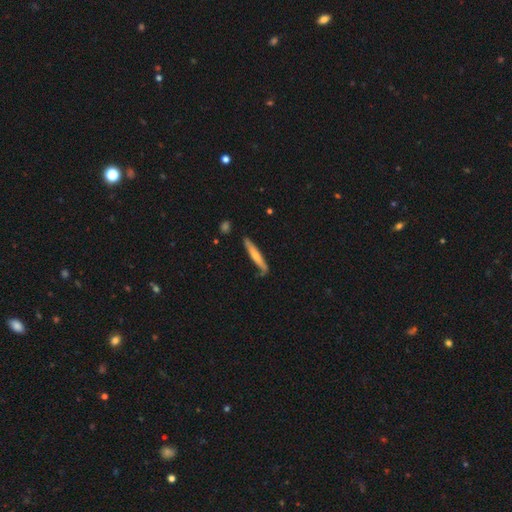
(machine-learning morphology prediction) type=smooth (55%); roundness=cigar-shaped (93%); merging=none (74%).